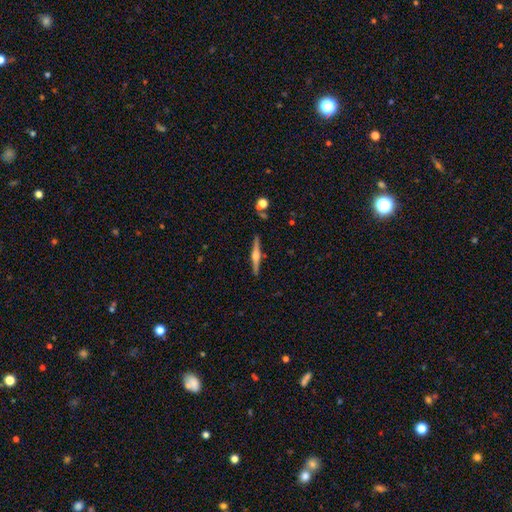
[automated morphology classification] featured or disk 73%, smooth 21%, star or artifact 6%. Down the decision tree: edge-on disk — yes (98%); edge-on bulge — rounded (88%); merging — none (89%).